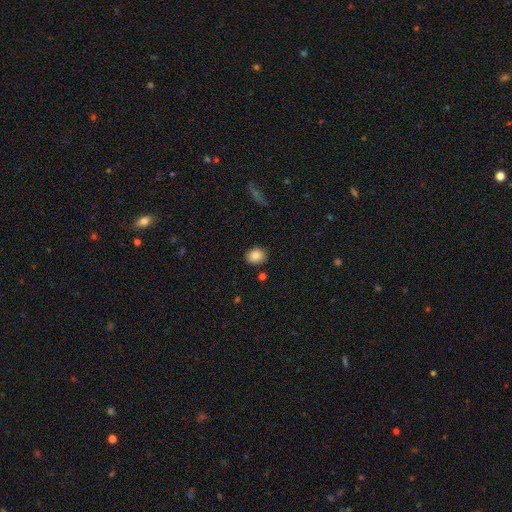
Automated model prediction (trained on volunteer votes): Smooth or featured?
  - smooth: 86% *
  - star or artifact: 9%
  - featured or disk: 5%
How rounded?
  - round: 58% *
  - in between: 41%
  - cigar-shaped: 1%
Merging?
  - none: 85% *
  - minor disturbance: 10%
  - merger: 3%
  - major disturbance: 2%